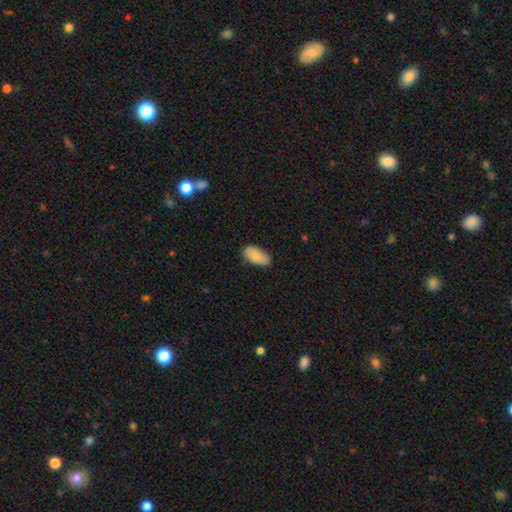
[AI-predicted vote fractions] Smooth or featured: smooth — 84% (featured or disk — 10%)
How rounded: in between — 94% (cigar-shaped — 3%)
Merging: none — 77% (minor disturbance — 19%)